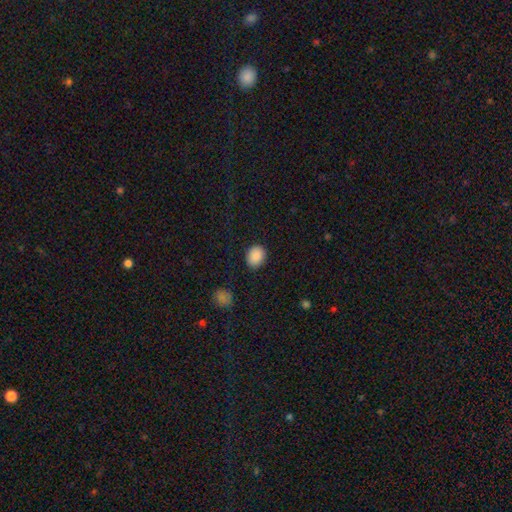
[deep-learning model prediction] smooth_or_featured: smooth (p=0.88) [alt: star or artifact p=0.08]
how_rounded: in between (p=0.55) [alt: round p=0.45]
merging: none (p=0.87) [alt: minor disturbance p=0.09]